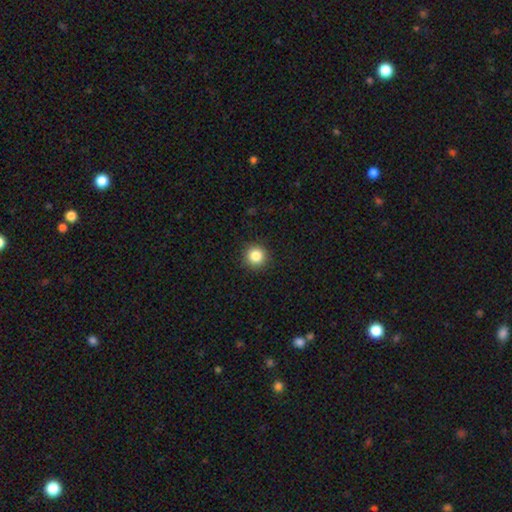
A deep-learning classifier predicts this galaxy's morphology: This appears to be a smooth galaxy with no disk features (85%) that is round (95%). Merging: none (92%).